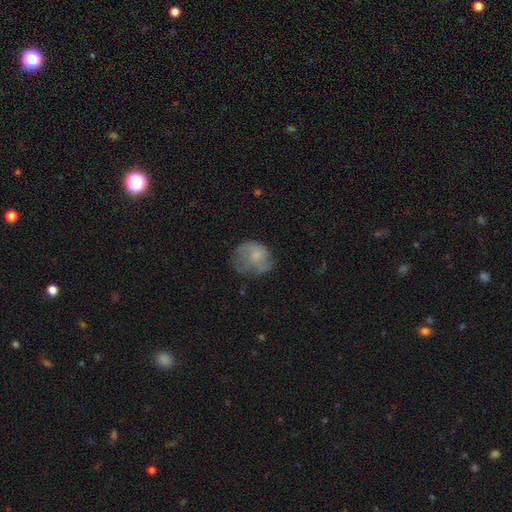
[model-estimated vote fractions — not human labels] smooth_or_featured: smooth (p=0.61) [alt: featured or disk p=0.30]
how_rounded: round (p=0.58) [alt: in between p=0.41]
merging: none (p=0.48) [alt: minor disturbance p=0.29]